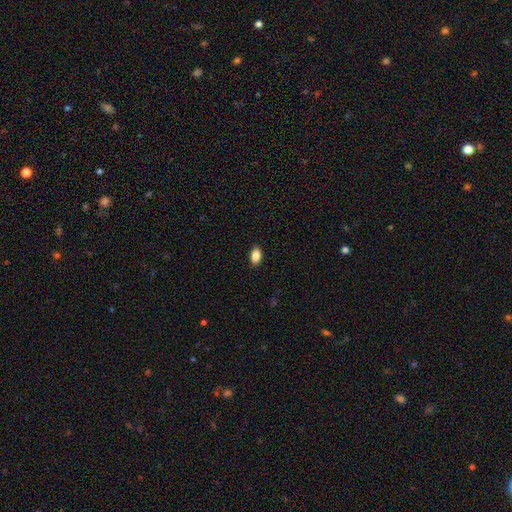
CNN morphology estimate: Smooth or featured? Predicted: smooth (p=0.87). How rounded? Predicted: in between (p=0.90). Merging? Predicted: none (p=0.89).